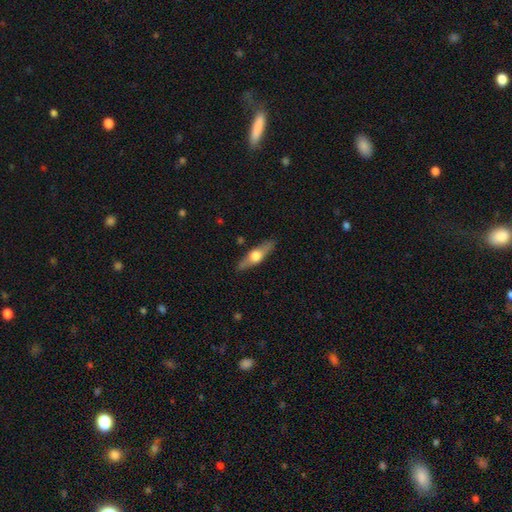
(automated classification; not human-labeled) Smooth or featured? featured or disk (53%)
Edge-on disk? yes (89%)
Merging? none (86%)